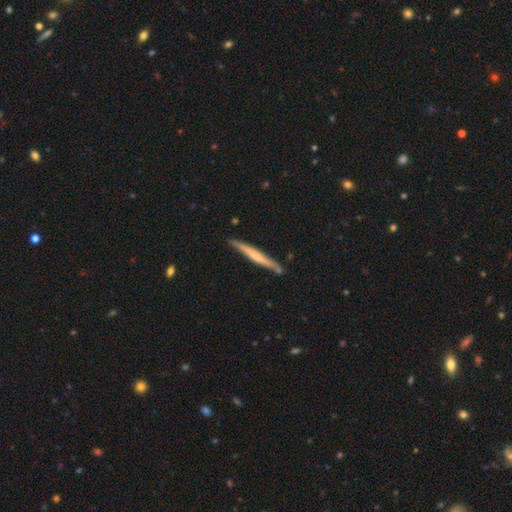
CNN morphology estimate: smooth_or_featured: featured or disk (p=0.48) [alt: smooth p=0.47]
merging: none (p=0.84) [alt: minor disturbance p=0.11]